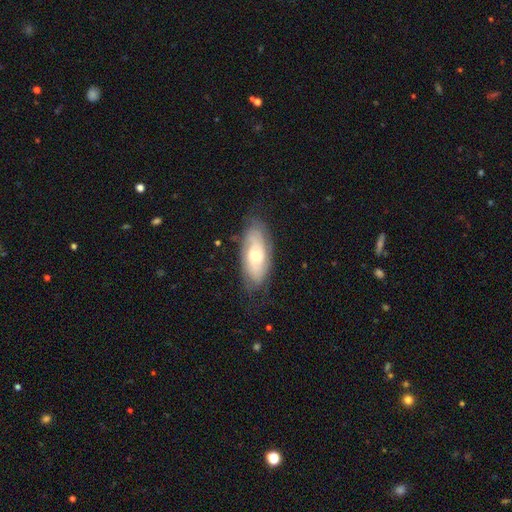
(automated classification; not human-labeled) featured or disk 62%, smooth 31%, star or artifact 6%. Down the decision tree: edge-on disk — no (86%); bar — no (69%); spiral arms — yes (76%); bulge size — moderate (70%); merging — none (74%).